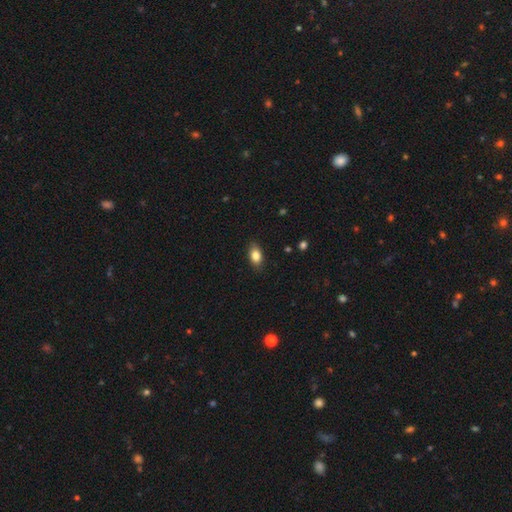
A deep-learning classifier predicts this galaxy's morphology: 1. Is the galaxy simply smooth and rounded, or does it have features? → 84% smooth, 8% star or artifact, 8% featured or disk.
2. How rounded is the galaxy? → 88% in between, 9% round, 3% cigar-shaped.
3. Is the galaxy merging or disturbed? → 86% none, 10% minor disturbance, 2% major disturbance, 1% merger.